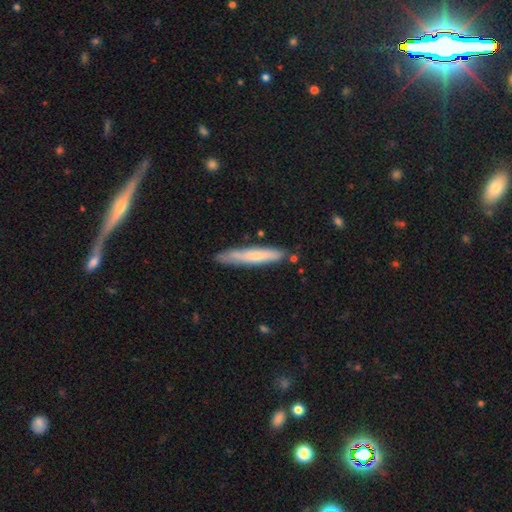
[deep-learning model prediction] smooth_or_featured: smooth (p=0.62) [alt: featured or disk p=0.33]
how_rounded: cigar-shaped (p=0.92) [alt: in between p=0.07]
merging: none (p=0.79) [alt: minor disturbance p=0.15]